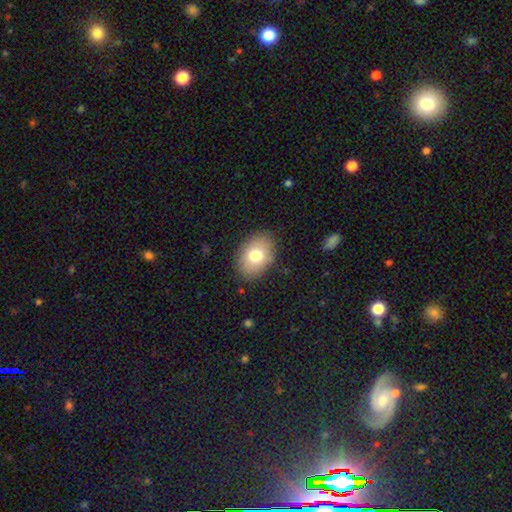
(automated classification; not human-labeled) smooth_or_featured: smooth (p=0.77) [alt: featured or disk p=0.15]
how_rounded: in between (p=0.81) [alt: round p=0.18]
merging: none (p=0.85) [alt: minor disturbance p=0.11]